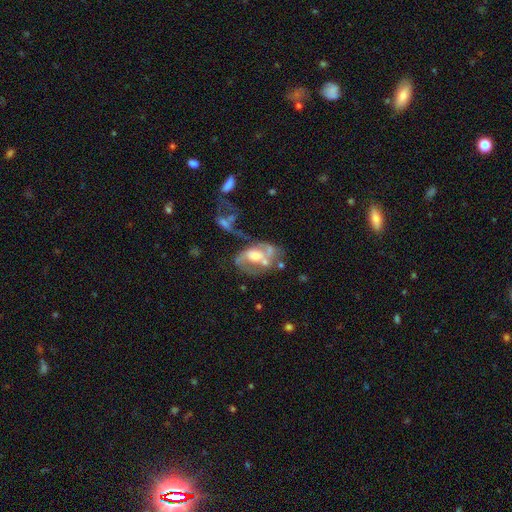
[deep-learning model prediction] Smooth or featured? featured or disk (75%)
Edge-on disk? no (96%)
Bar? no (64%)
Spiral arms? yes (65%)
Bulge size? moderate (56%)
Merging? none (29%)